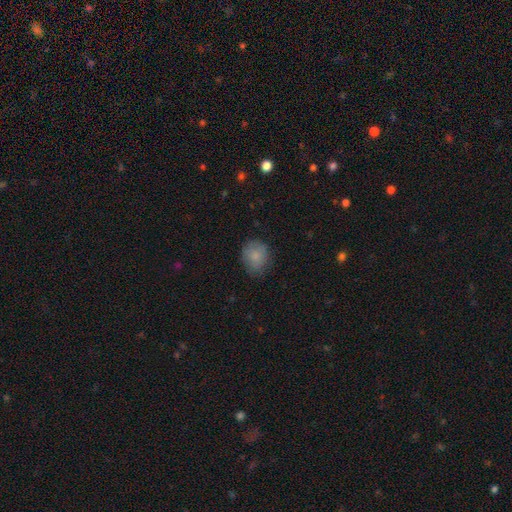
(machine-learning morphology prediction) Smooth or featured? smooth (83%)
How rounded? round (59%)
Merging? none (73%)